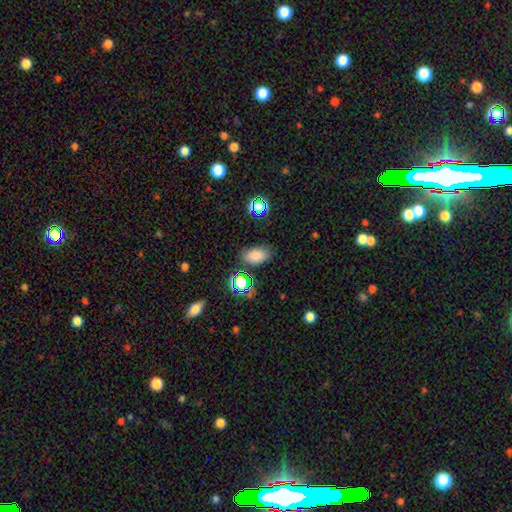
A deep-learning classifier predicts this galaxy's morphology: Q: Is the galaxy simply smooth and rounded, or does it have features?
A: smooth — 76%.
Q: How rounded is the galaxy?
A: in between — 89%.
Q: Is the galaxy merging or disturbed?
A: none — 81%.